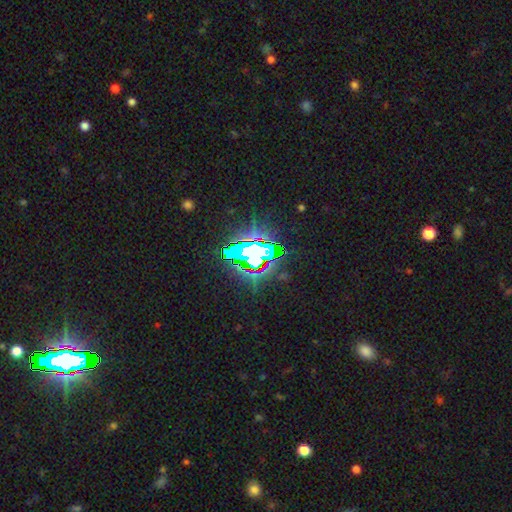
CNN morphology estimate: Smooth or featured? Predicted: star or artifact (p=0.69).